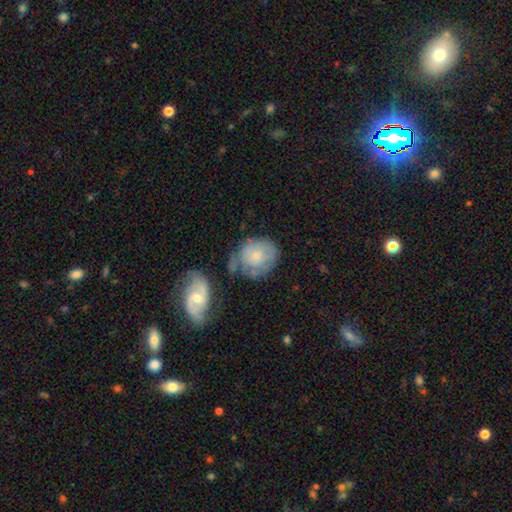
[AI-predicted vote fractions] smooth_or_featured: smooth (p=0.61) [alt: featured or disk p=0.33]
how_rounded: round (p=0.71) [alt: in between p=0.28]
merging: none (p=0.45) [alt: minor disturbance p=0.24]